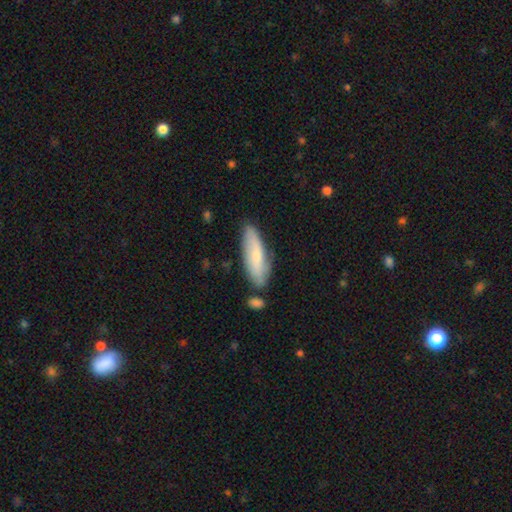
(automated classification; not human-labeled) smooth 63%, featured or disk 30%, star or artifact 6%. Down the decision tree: how rounded — cigar-shaped (50%); merging — none (72%).